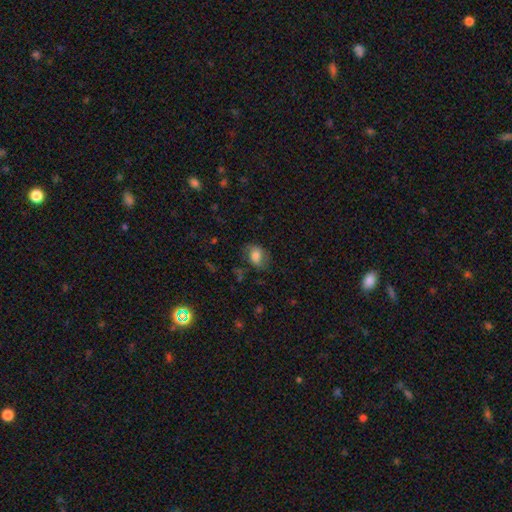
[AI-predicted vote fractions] Smooth or featured? smooth (68%)
How rounded? in between (66%)
Merging? none (60%)